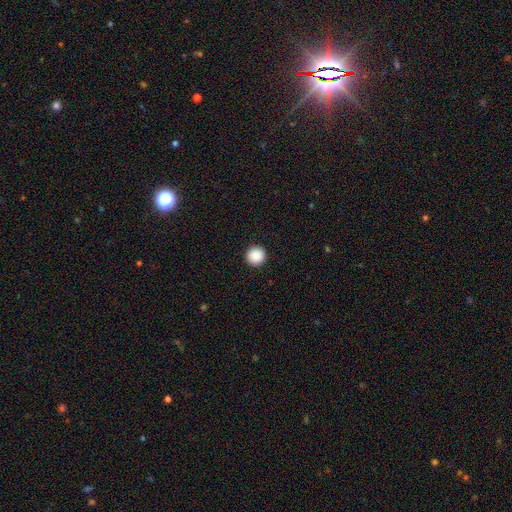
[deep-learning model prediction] This appears to be a smooth galaxy with no disk features (89%) that is round (95%). Merging: none (93%).